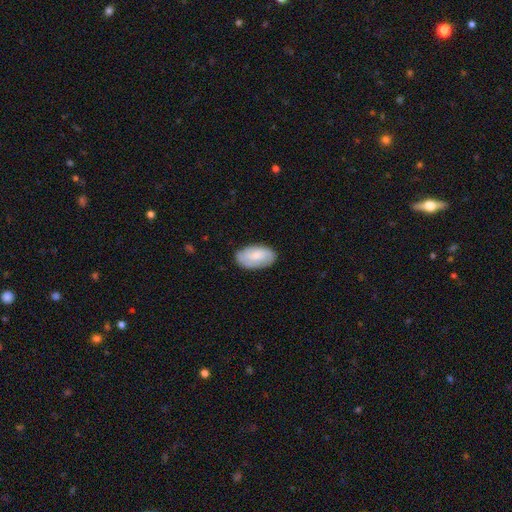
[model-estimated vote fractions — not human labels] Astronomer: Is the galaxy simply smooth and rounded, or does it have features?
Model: smooth — 68%.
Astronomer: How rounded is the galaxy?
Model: in between — 95%.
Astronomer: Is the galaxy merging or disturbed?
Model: none — 80%.